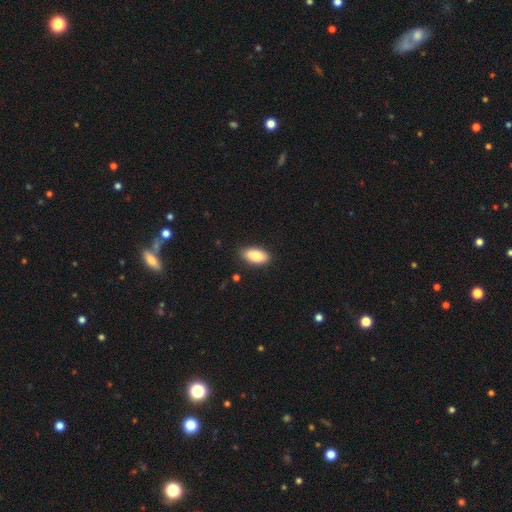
Smooth or featured? 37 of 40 (92%) said smooth. How rounded? 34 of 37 (92%) said in between. Merging? 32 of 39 (82%) said none.